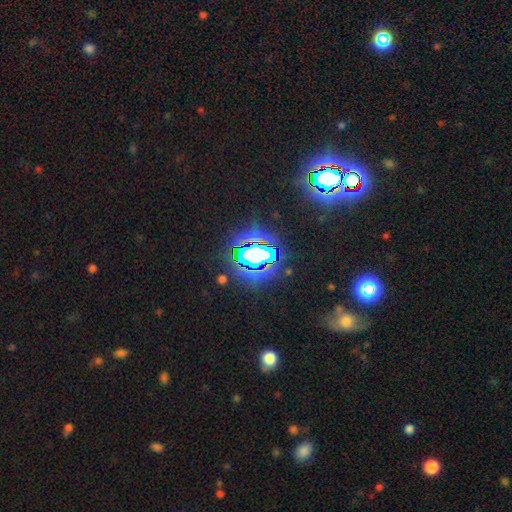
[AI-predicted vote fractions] Smooth or featured? Predicted: star or artifact (p=0.71).